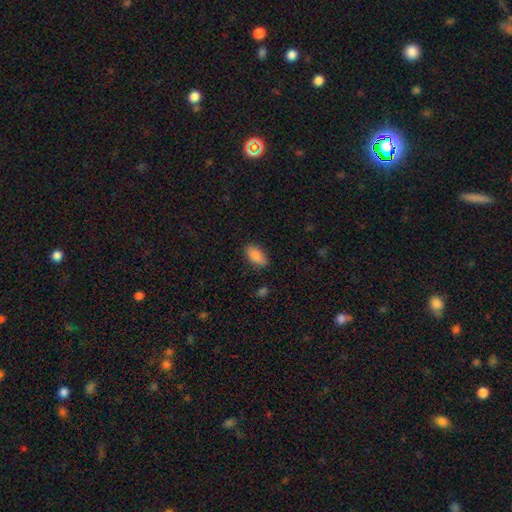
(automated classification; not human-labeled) Overall: smooth (88%). How rounded: in between (92%). Merging: none (83%).